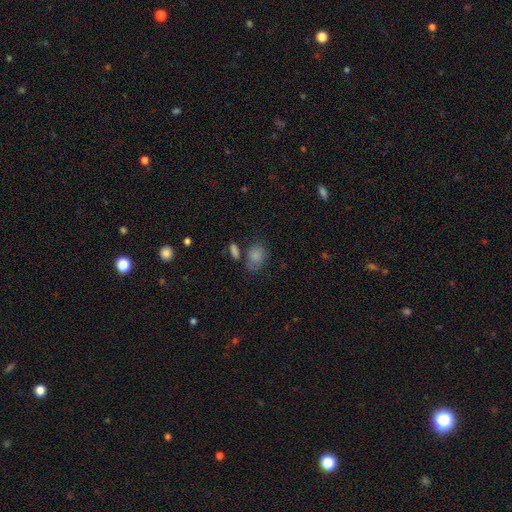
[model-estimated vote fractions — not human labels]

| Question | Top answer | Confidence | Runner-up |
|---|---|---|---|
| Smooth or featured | smooth | 81% | featured or disk (10%) |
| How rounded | in between | 70% | round (28%) |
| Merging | none | 52% | minor disturbance (23%) |